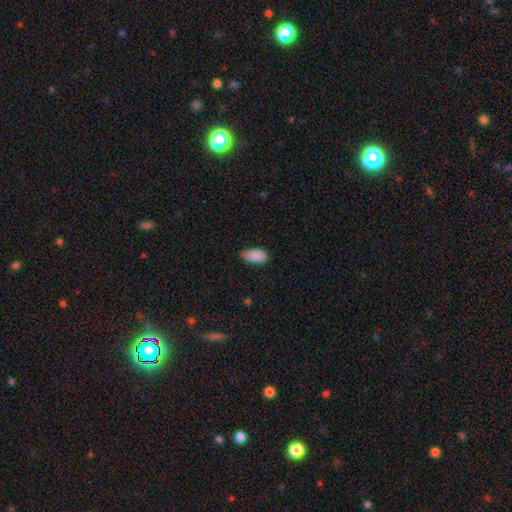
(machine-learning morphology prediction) Smooth or featured? smooth (88%)
How rounded? in between (93%)
Merging? none (69%)